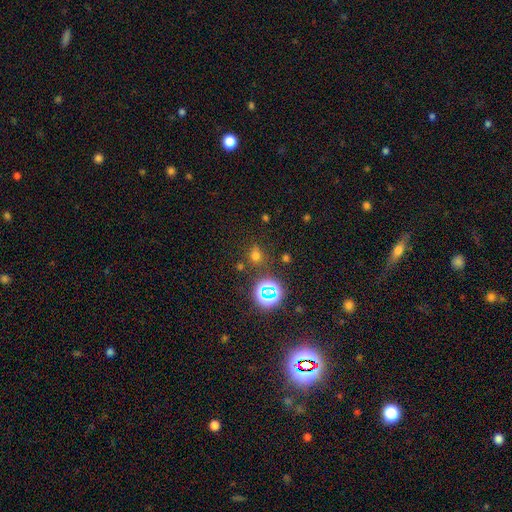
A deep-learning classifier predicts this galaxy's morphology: This appears to be a smooth galaxy with no disk features (55%) that is round (77%). Merging: none (75%).